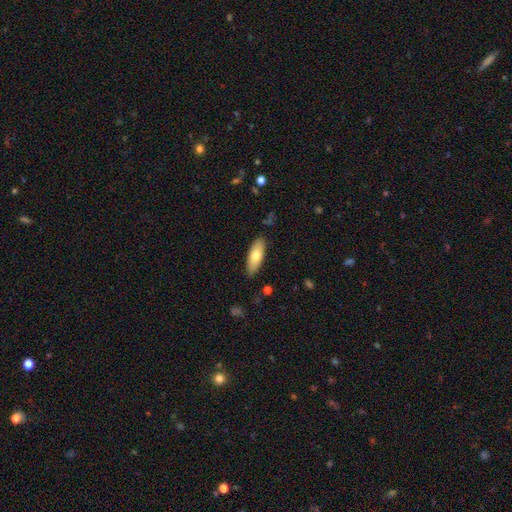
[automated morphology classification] smooth 72%, featured or disk 23%, star or artifact 6%. Down the decision tree: how rounded — in between (68%); merging — none (88%).